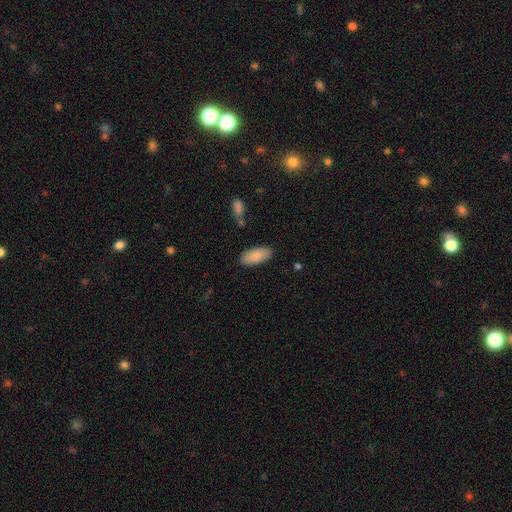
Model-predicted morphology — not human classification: A smooth galaxy with no disk features (86%) that is in between round and cigar-shaped (89%).

Vote fractions:
- Smooth or featured? smooth: 86% / featured or disk: 7% / star or artifact: 6%
- How rounded? in between: 89% / cigar-shaped: 9% / round: 2%
- Merging? none: 84% / minor disturbance: 11% / major disturbance: 2% / merger: 2%